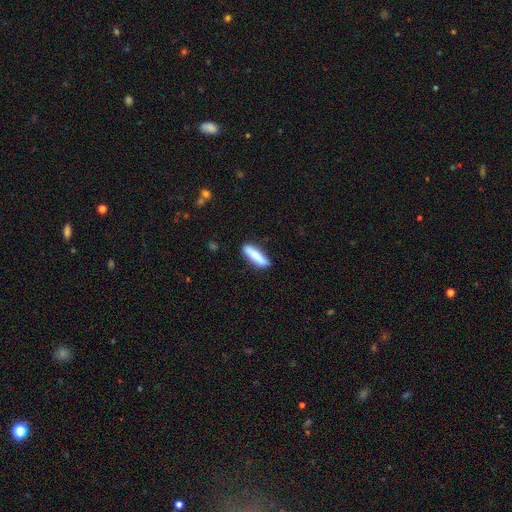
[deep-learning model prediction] Smooth or featured? smooth (80%)
How rounded? cigar-shaped (73%)
Merging? none (85%)